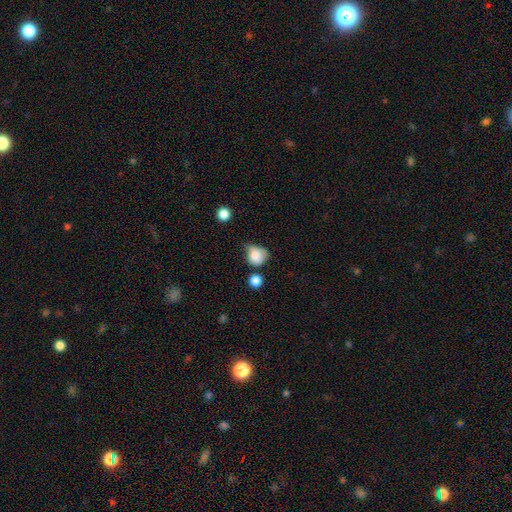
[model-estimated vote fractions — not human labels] This is clearly a smooth galaxy (80%). How rounded: likely round (67%). Merging: marginally minor disturbance (40%).